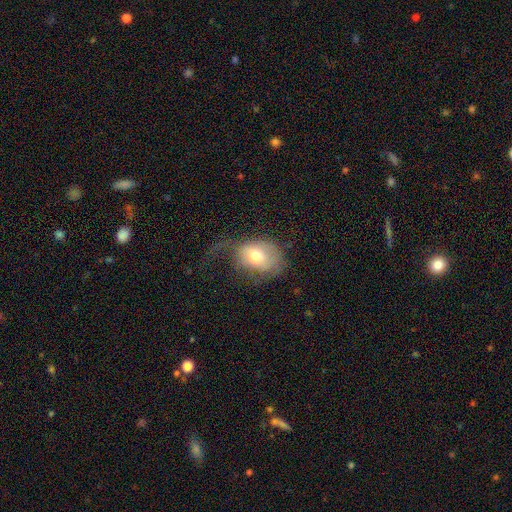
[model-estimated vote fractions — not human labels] Smooth or featured? Predicted: smooth (p=0.66). How rounded? Predicted: in between (p=0.67). Merging? Predicted: major disturbance (p=0.46).